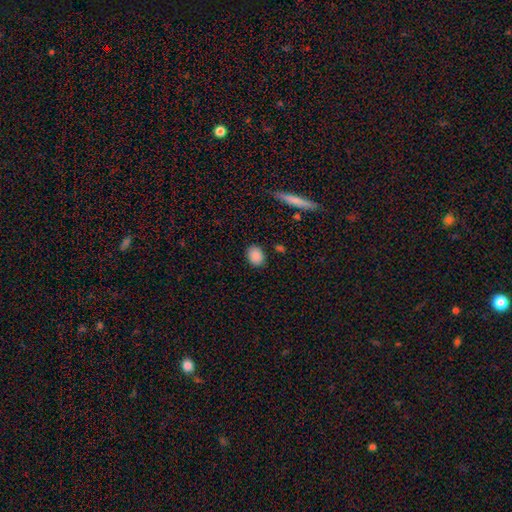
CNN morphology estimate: Smooth or featured?
  - smooth: 88% *
  - star or artifact: 8%
  - featured or disk: 4%
How rounded?
  - in between: 57% *
  - round: 42%
  - cigar-shaped: 2%
Merging?
  - none: 86% *
  - minor disturbance: 9%
  - major disturbance: 3%
  - merger: 2%